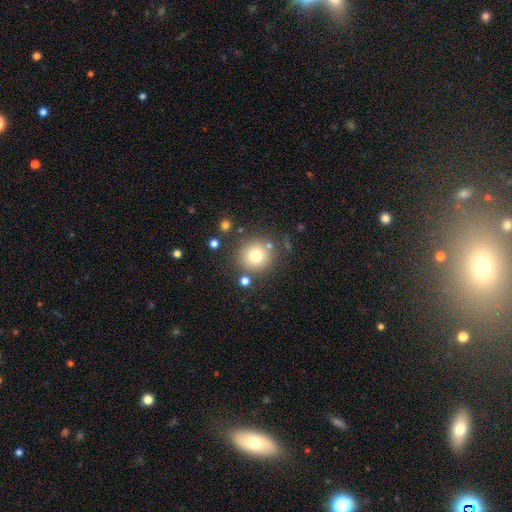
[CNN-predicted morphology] Q: Smooth or featured?
A: smooth (75%); runner-up: star or artifact (13%)
Q: How rounded?
A: round (92%); runner-up: in between (7%)
Q: Merging?
A: none (80%); runner-up: minor disturbance (9%)